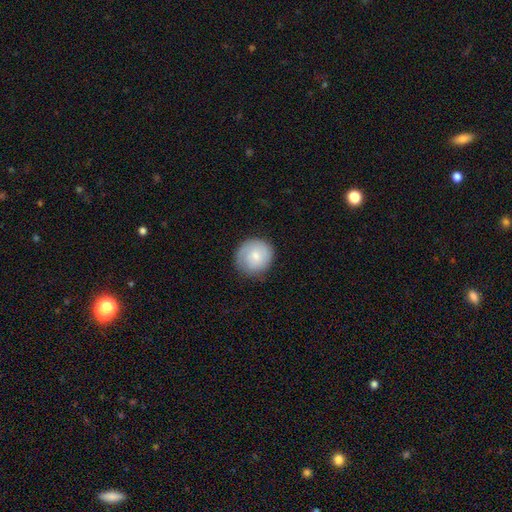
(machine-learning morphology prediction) type=smooth (65%); roundness=round (92%); merging=none (81%).